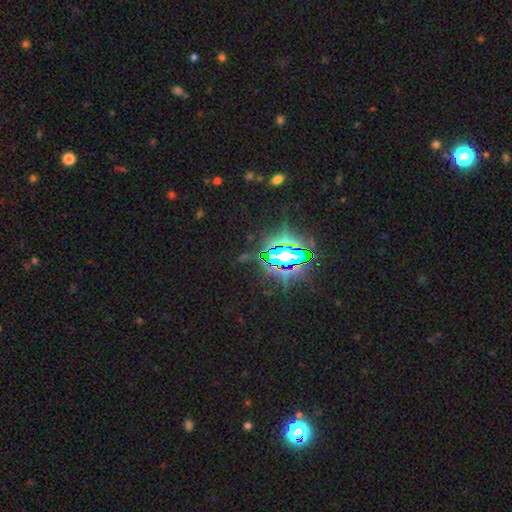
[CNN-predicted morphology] Smooth or featured: star or artifact — 82% (smooth — 10%)